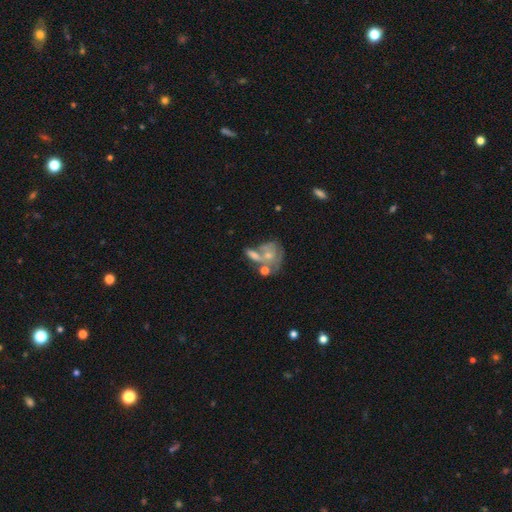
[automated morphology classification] A featured or disk galaxy (53%). Merging: merger (43%).